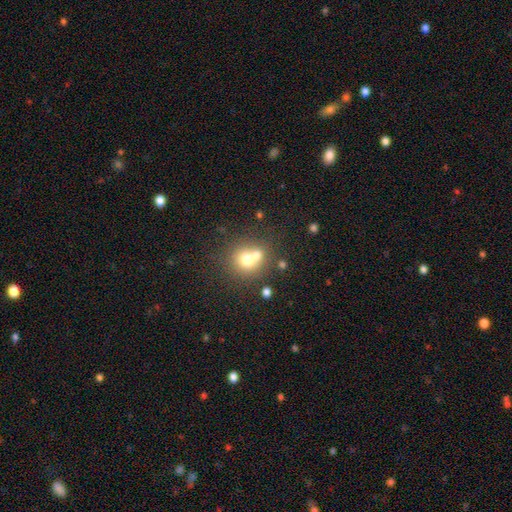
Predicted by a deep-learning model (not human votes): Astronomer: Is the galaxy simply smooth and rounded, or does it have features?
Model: smooth — 67%.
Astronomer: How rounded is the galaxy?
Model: round — 82%.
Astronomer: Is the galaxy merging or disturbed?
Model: merger — 48% (runner-up: none, 40%).